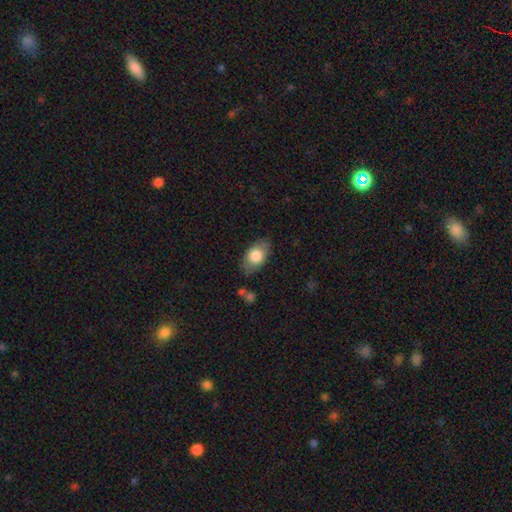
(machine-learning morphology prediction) type=smooth (77%); roundness=in between (91%); merging=none (79%).